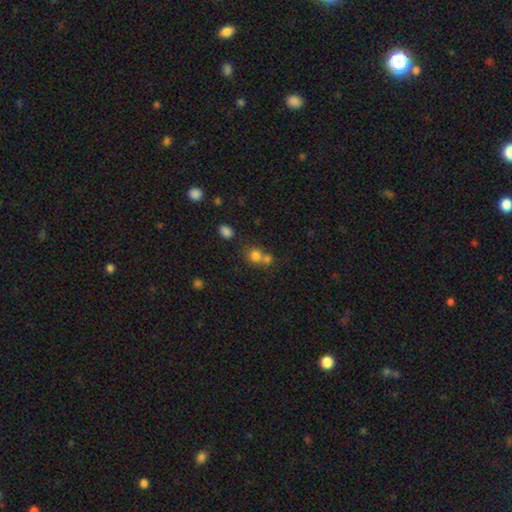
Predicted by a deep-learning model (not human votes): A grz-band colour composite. It shows a smooth galaxy with no disk features (78%) that is round (77%). Merging: merger (48%).